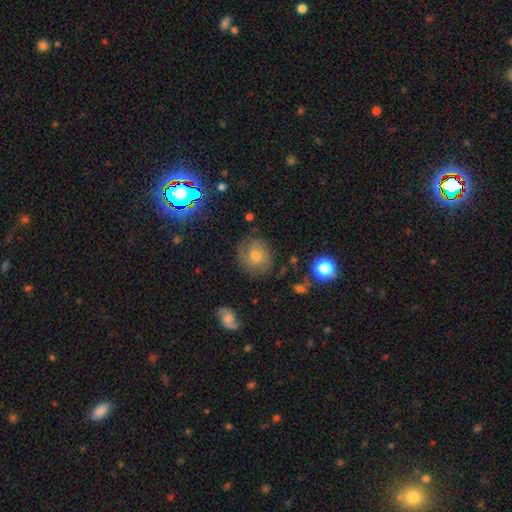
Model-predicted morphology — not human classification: A featured or disk galaxy (61%) with no bar (65%), 2 (45%) tight (55%) spiral arms (90%) and a moderate central bulge (52%). Merging: none (74%).